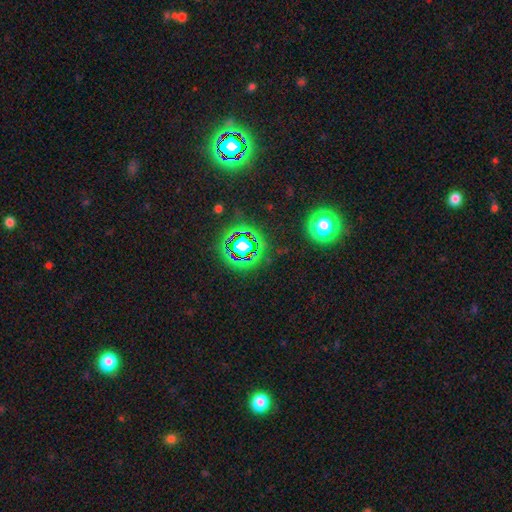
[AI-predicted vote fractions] Q: Smooth or featured?
A: star or artifact (79%); runner-up: smooth (14%)